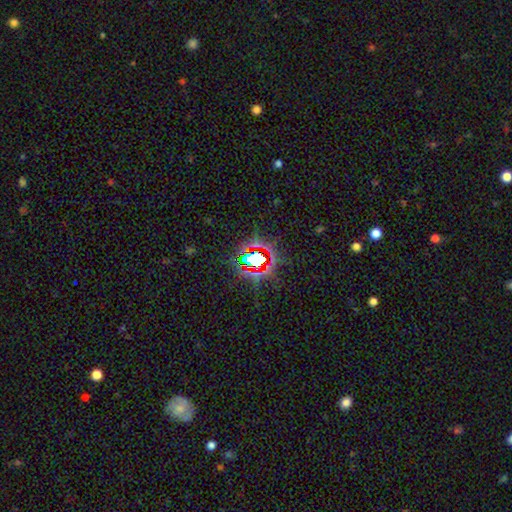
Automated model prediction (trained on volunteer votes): smooth-or-featured: star or artifact: 76% | smooth: 14% | featured or disk: 10%